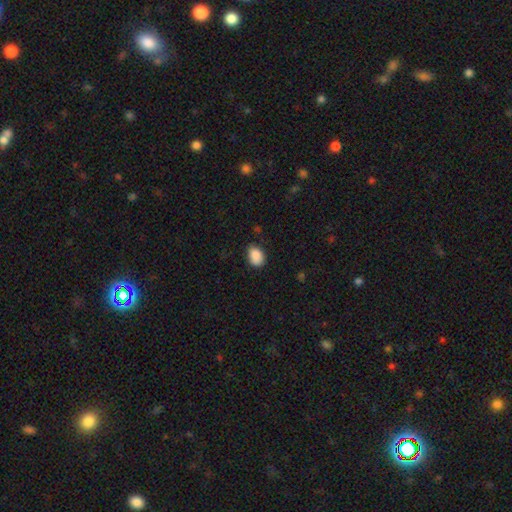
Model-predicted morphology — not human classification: The model was most divided on "merging": none: 73%, minor disturbance: 22%, major disturbance: 4%, merger: 2%. More confident: smooth or featured — smooth (88%); how rounded — in between (77%).